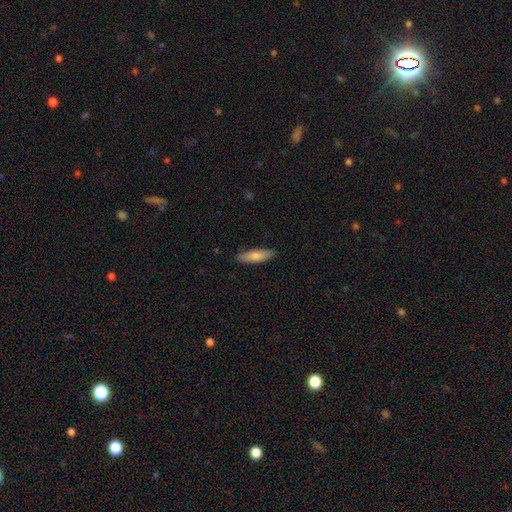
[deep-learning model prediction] This is likely a smooth galaxy (77%). How rounded: likely cigar-shaped (62%). Merging: clearly none (88%).